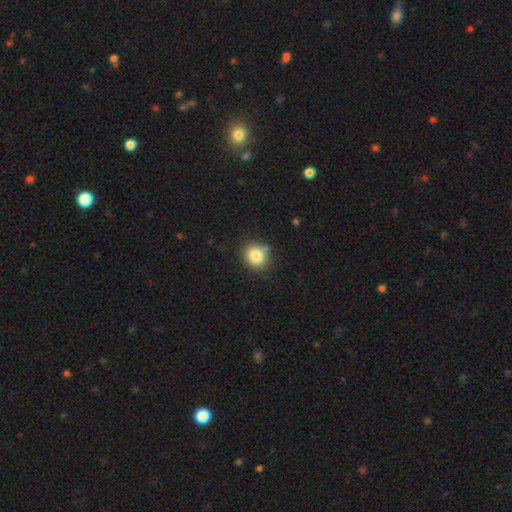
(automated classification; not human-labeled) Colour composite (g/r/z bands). It shows a smooth galaxy with no disk features (84%) that is round (76%). Merging: none (80%).